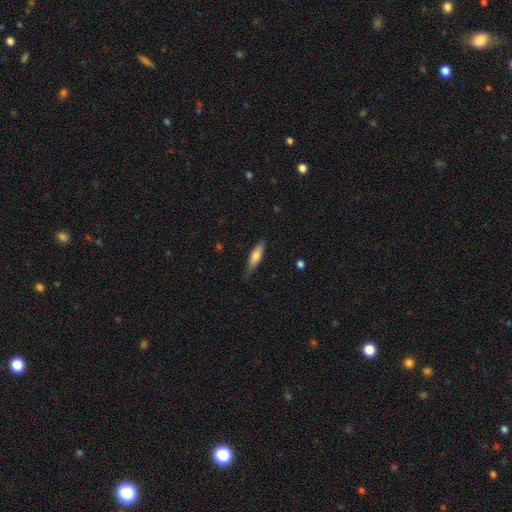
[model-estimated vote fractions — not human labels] Q: Smooth or featured?
A: smooth (68%); runner-up: featured or disk (26%)
Q: How rounded?
A: cigar-shaped (68%); runner-up: in between (30%)
Q: Merging?
A: none (72%); runner-up: minor disturbance (22%)